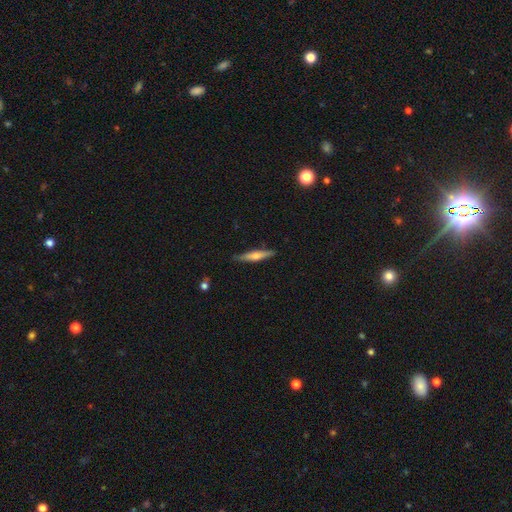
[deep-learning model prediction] Morphology: type=featured or disk (50%); merging=none (87%).